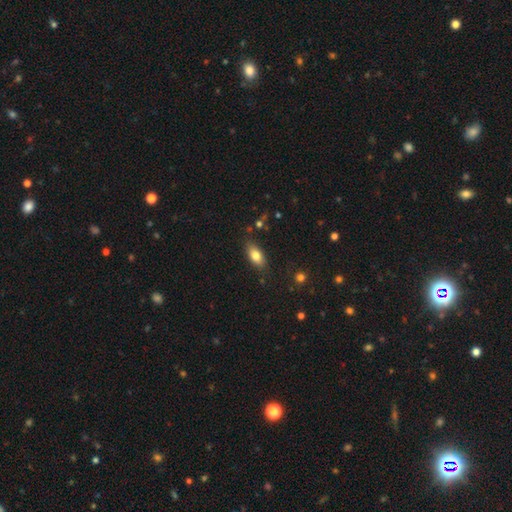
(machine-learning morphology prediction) This appears to be a smooth galaxy with no disk features (79%) that is in between round and cigar-shaped (86%). Merging: none (82%).